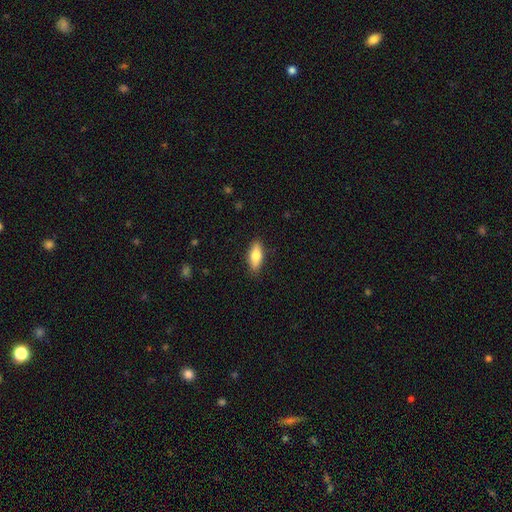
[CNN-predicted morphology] Q: Smooth or featured?
A: smooth (75%); runner-up: featured or disk (19%)
Q: How rounded?
A: in between (74%); runner-up: cigar-shaped (23%)
Q: Merging?
A: none (87%); runner-up: minor disturbance (10%)